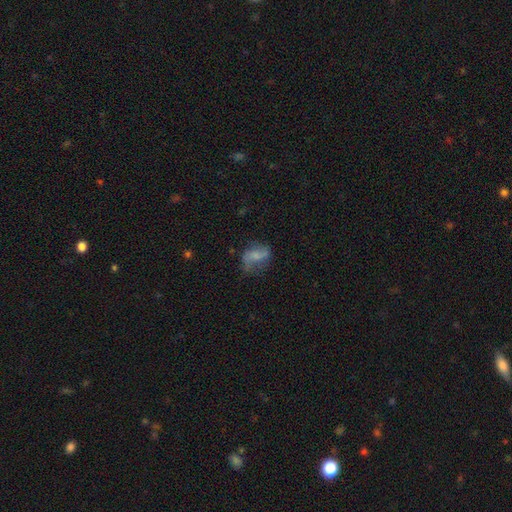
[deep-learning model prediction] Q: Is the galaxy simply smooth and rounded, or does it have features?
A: featured or disk — 50%.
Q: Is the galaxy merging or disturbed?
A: none — 50%.